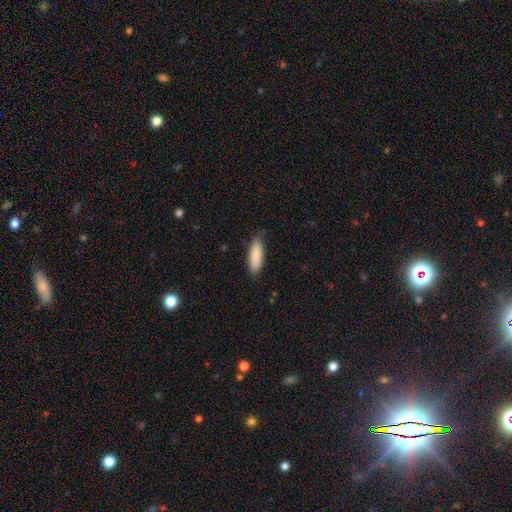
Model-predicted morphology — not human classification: Smooth or featured? Predicted: smooth (p=0.89). How rounded? Predicted: in between (p=0.52). Merging? Predicted: none (p=0.76).